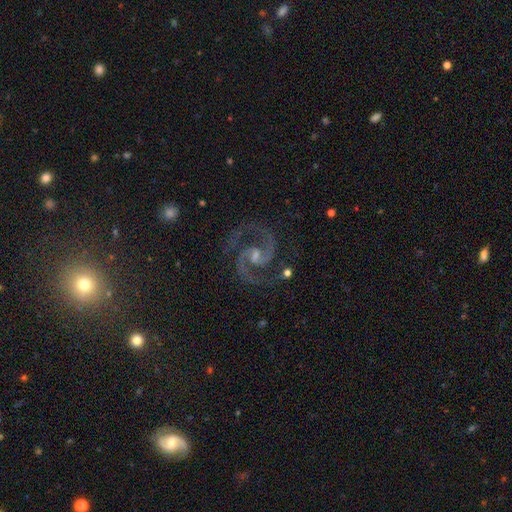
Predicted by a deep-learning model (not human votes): Smooth or featured? featured or disk (93%)
Edge-on disk? no (98%)
Bar? weak (50%)
Spiral arms? yes (99%)
Spiral winding? medium (72%)
Spiral arm count? 2 (94%)
Bulge size? small (52%)
Merging? none (81%)